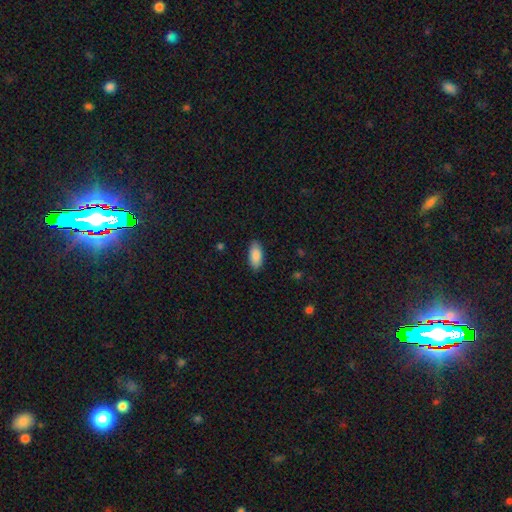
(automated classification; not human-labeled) This is clearly a smooth galaxy (89%). How rounded: clearly in between (89%). Merging: clearly none (87%).